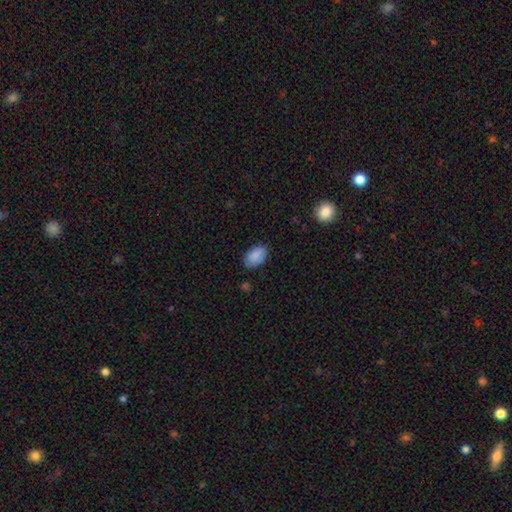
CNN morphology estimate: This is clearly a smooth galaxy (89%). How rounded: clearly in between (93%). Merging: clearly none (80%).